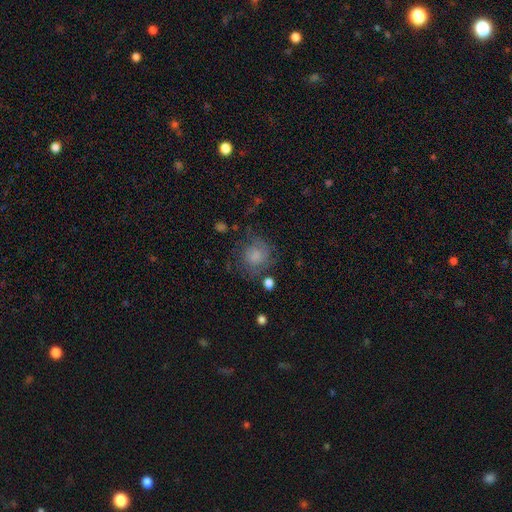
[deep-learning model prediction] The model was most divided on "smooth or featured": smooth: 51%, featured or disk: 38%, star or artifact: 11%. More confident: how rounded — round (80%); merging — none (56%).